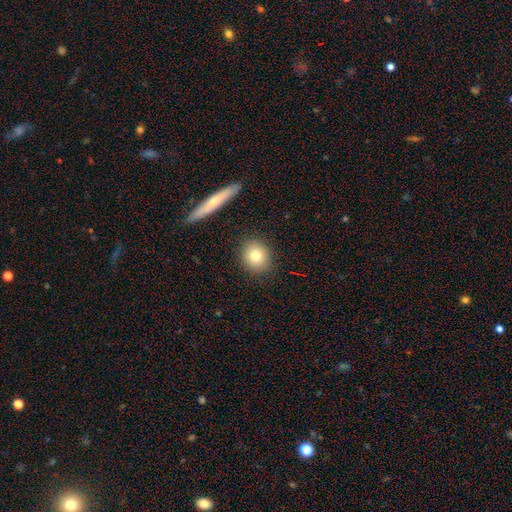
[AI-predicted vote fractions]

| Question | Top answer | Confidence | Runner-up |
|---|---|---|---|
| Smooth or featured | smooth | 78% | featured or disk (12%) |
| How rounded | round | 80% | in between (18%) |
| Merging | none | 88% | minor disturbance (8%) |